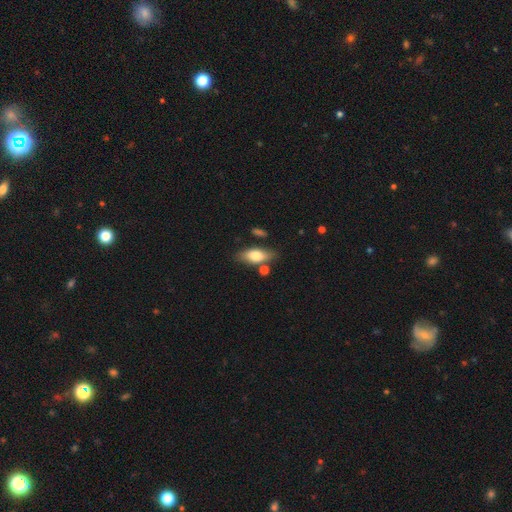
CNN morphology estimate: A smooth galaxy with no disk features (72%) that is in between round and cigar-shaped (80%).

Vote fractions:
- Smooth or featured? smooth: 72% / featured or disk: 22% / star or artifact: 7%
- How rounded? in between: 80% / cigar-shaped: 16% / round: 4%
- Merging? none: 75% / minor disturbance: 14% / merger: 8% / major disturbance: 3%